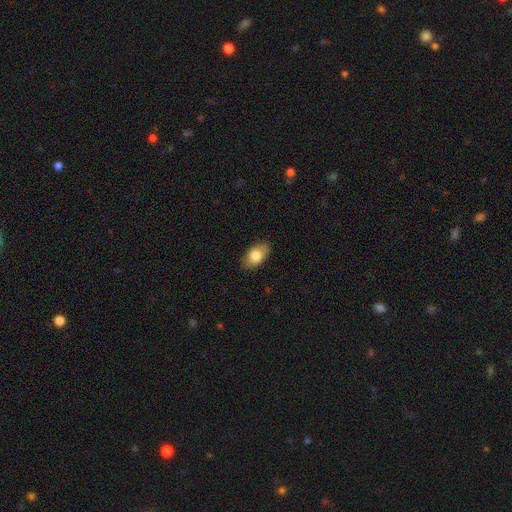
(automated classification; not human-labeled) Q: Smooth or featured?
A: smooth (79%); runner-up: featured or disk (14%)
Q: How rounded?
A: in between (91%); runner-up: round (7%)
Q: Merging?
A: none (85%); runner-up: minor disturbance (12%)